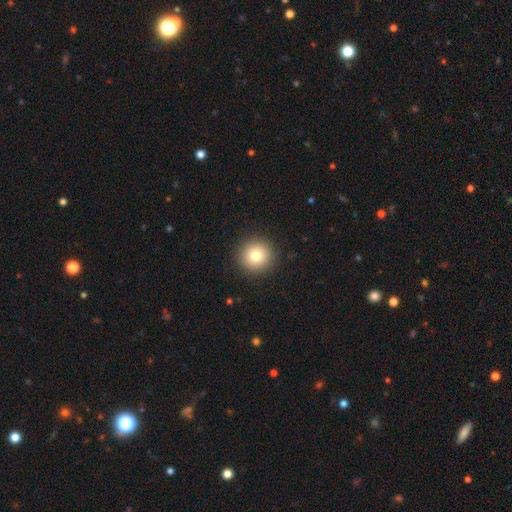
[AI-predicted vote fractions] This appears to be a smooth galaxy with no disk features (79%) that is round (95%). Merging: none (91%).